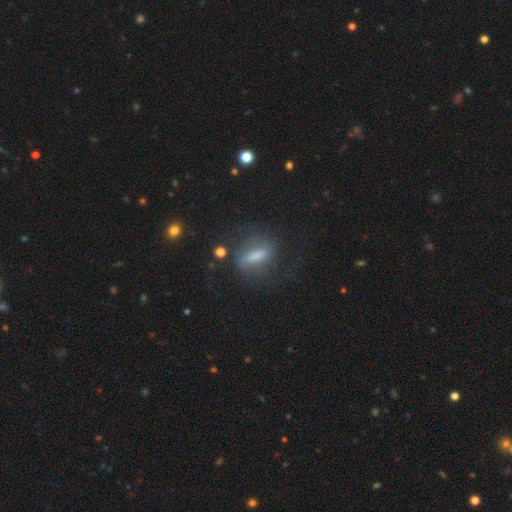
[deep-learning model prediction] Smooth or featured? Predicted: featured or disk (p=0.46). Merging? Predicted: none (p=0.65).